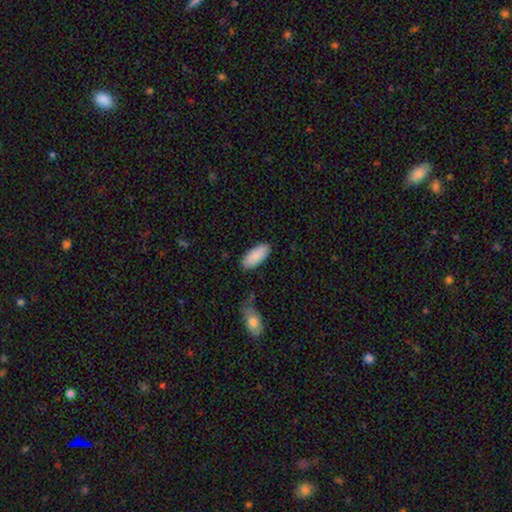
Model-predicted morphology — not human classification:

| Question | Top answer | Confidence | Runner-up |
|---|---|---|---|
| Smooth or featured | smooth | 89% | star or artifact (6%) |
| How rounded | in between | 89% | cigar-shaped (9%) |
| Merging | none | 82% | minor disturbance (12%) |